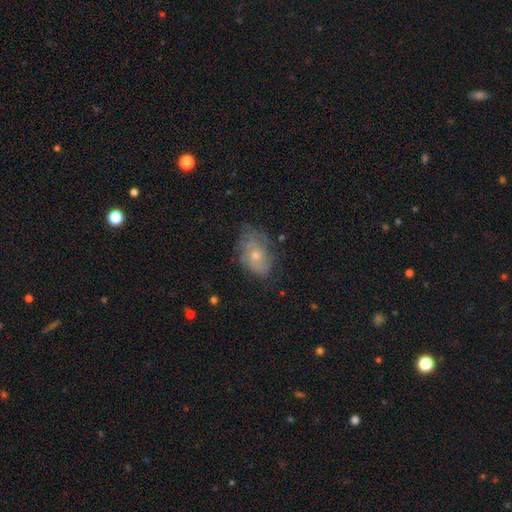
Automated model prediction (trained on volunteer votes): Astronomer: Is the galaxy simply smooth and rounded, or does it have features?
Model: featured or disk — 53% (runner-up: smooth, 38%).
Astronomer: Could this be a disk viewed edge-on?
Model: no — 95%.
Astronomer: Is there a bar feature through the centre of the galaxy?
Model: no — 85%.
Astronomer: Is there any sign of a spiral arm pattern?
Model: yes — 69%.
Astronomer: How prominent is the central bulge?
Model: small — 53% (runner-up: moderate, 42%).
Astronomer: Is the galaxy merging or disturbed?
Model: none — 59%.